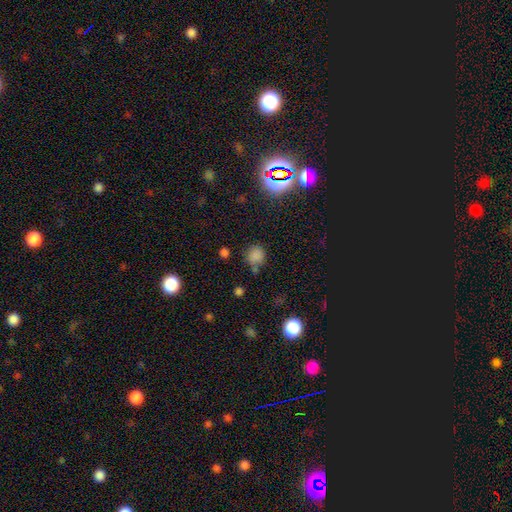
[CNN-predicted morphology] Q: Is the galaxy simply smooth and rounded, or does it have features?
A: smooth — 77%.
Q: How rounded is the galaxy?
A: round — 80%.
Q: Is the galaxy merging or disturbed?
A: none — 68%.